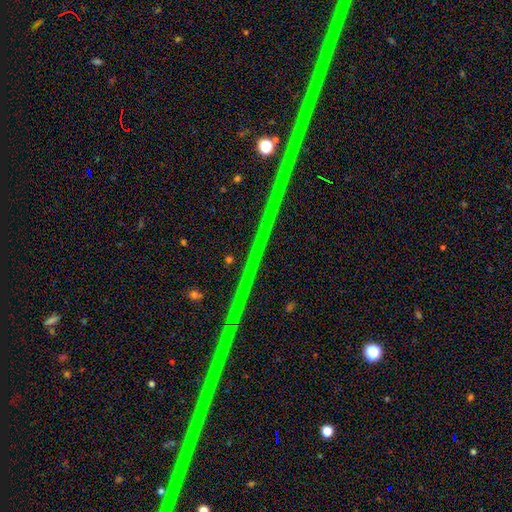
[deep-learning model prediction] Smooth or featured? Predicted: star or artifact (p=0.89).